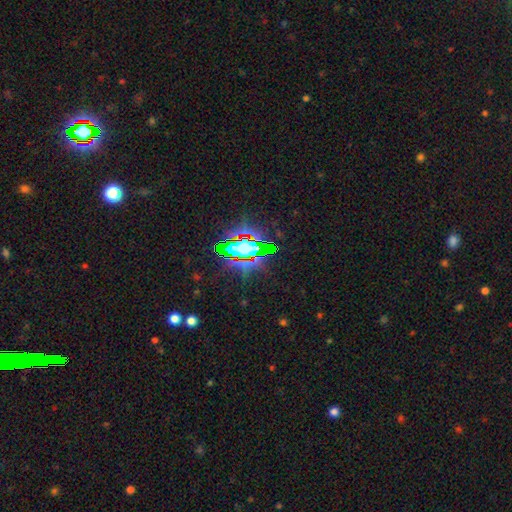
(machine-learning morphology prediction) Smooth or featured: star or artifact — 80% (smooth — 11%)